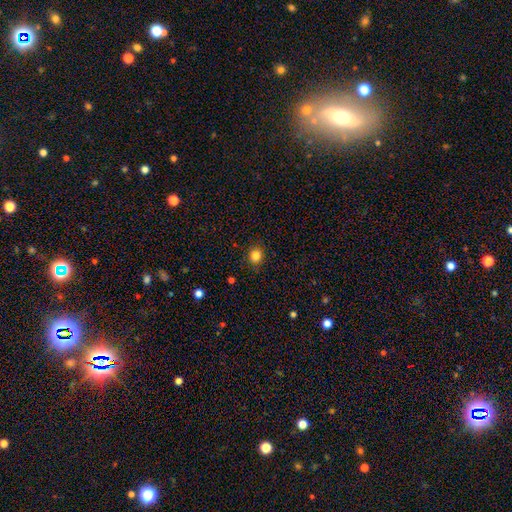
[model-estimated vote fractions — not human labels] Smooth or featured? Predicted: smooth (p=0.84). How rounded? Predicted: round (p=0.72). Merging? Predicted: none (p=0.88).